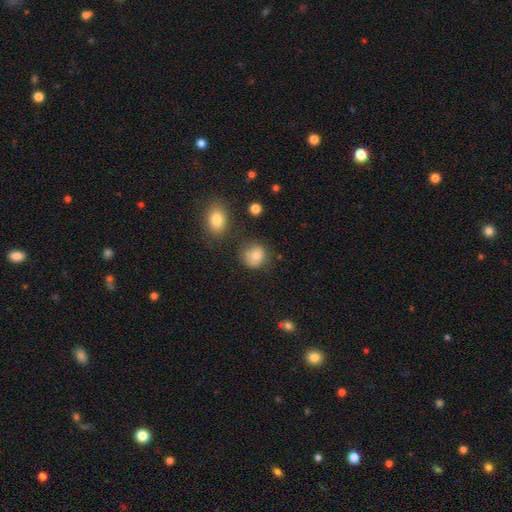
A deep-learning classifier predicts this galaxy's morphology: The model was most divided on "merging": none: 67%, minor disturbance: 20%, major disturbance: 6%, merger: 6%. More confident: how rounded — round (81%); smooth or featured — smooth (80%).